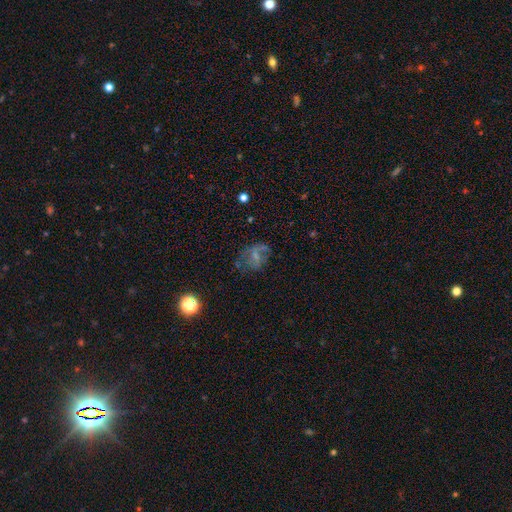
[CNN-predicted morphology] The model was most divided on "merging": none: 42%, major disturbance: 33%, minor disturbance: 22%, merger: 4%. Remaining: smooth or featured — featured or disk (46%).